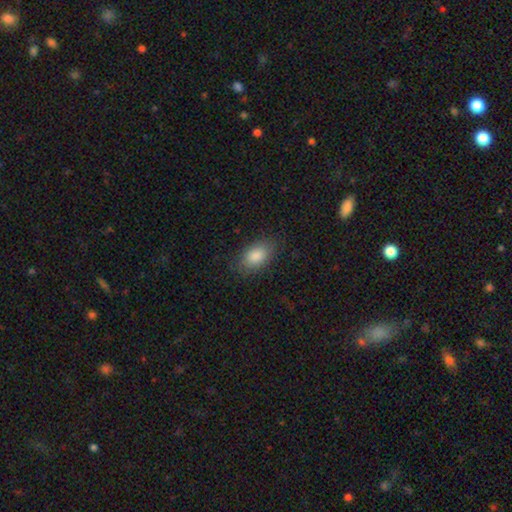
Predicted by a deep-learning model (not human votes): Smooth or featured: smooth — 86% (star or artifact — 8%)
How rounded: in between — 90% (round — 8%)
Merging: none — 83% (minor disturbance — 12%)